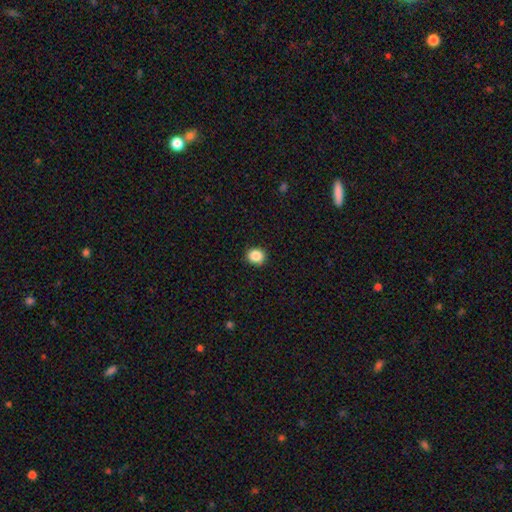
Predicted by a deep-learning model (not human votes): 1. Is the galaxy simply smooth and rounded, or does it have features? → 87% smooth, 9% star or artifact, 3% featured or disk.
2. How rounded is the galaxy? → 82% round, 17% in between, 1% cigar-shaped.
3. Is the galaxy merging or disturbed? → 90% none, 7% minor disturbance, 2% major disturbance, 1% merger.